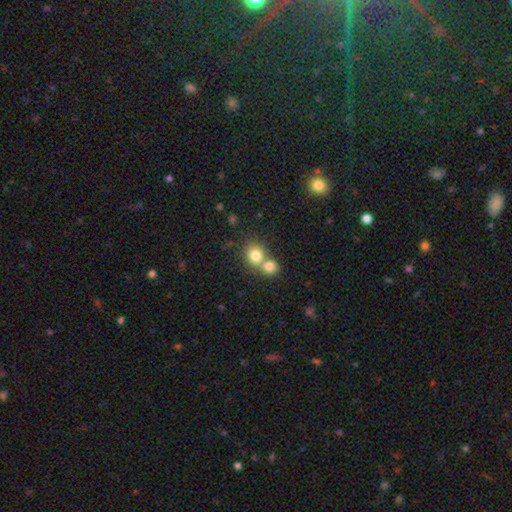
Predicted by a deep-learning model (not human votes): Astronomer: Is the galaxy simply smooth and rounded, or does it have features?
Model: smooth — 78%.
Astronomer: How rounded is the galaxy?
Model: round — 77%.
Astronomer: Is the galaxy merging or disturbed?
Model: merger — 57% (runner-up: none, 35%).